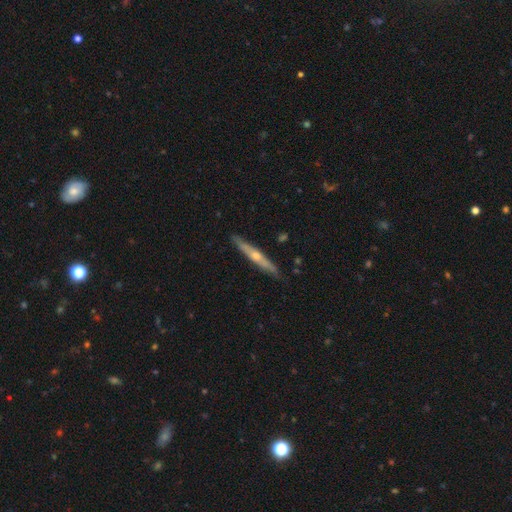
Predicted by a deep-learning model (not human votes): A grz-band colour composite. It shows a featured or disk galaxy (67%) viewed edge-on (95%) with a rounded central bulge (81%). Merging: none (88%).